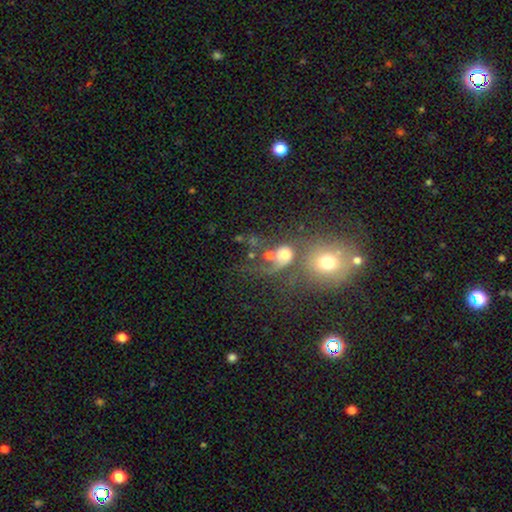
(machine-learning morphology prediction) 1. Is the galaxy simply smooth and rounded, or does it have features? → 40% smooth, 39% star or artifact, 21% featured or disk.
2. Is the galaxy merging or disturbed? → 44% none, 34% merger, 11% minor disturbance, 10% major disturbance.